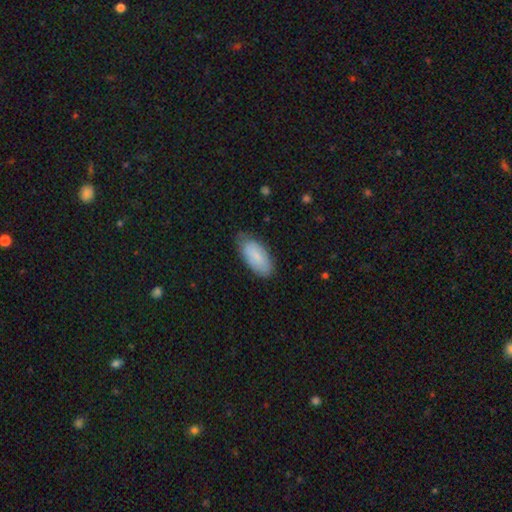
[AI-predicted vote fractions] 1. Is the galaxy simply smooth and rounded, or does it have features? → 75% smooth, 19% featured or disk, 6% star or artifact.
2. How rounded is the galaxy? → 91% in between, 7% cigar-shaped, 2% round.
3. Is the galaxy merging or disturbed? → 72% none, 23% minor disturbance, 4% major disturbance, 1% merger.